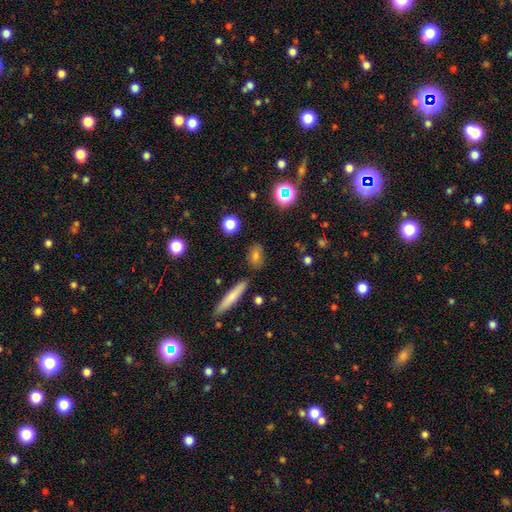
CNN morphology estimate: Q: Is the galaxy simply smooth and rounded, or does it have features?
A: smooth — 75%.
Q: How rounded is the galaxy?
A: in between — 73%.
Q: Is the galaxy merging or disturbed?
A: none — 79%.